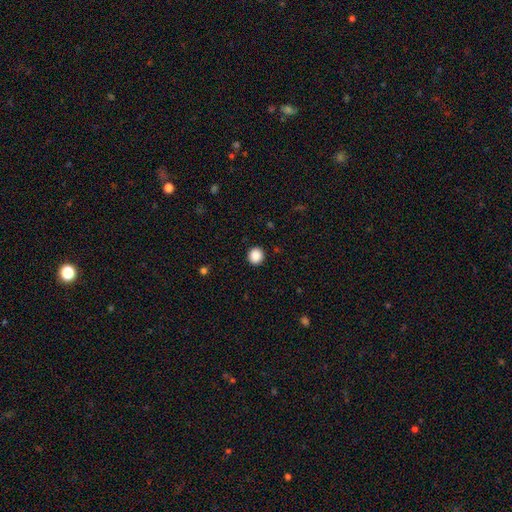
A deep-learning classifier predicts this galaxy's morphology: A smooth galaxy with no disk features (88%) that is round (90%). Merging: none (92%).